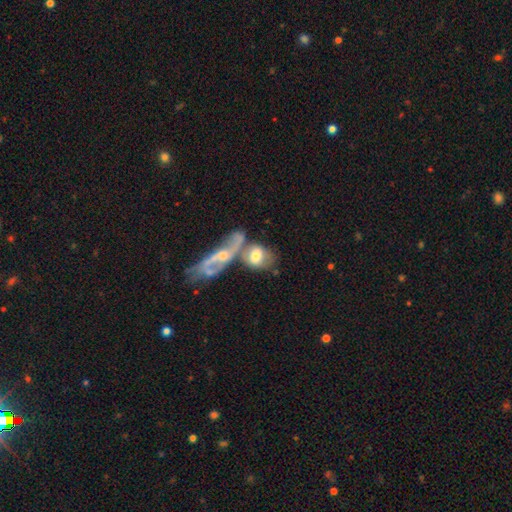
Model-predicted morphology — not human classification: Q: Smooth or featured?
A: smooth (50%); runner-up: featured or disk (42%)
Q: How rounded?
A: in between (64%); runner-up: round (31%)
Q: Merging?
A: merger (57%); runner-up: none (21%)